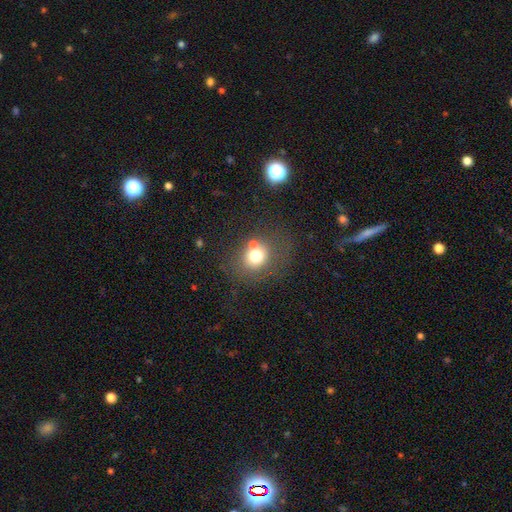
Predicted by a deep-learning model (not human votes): A smooth galaxy with no disk features (70%) that is round (73%). Merging: none (61%).